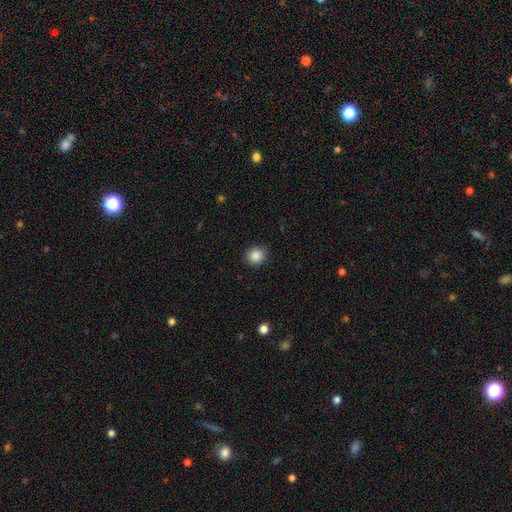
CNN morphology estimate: A smooth galaxy with no disk features (87%) that is round (84%). Merging: none (89%).